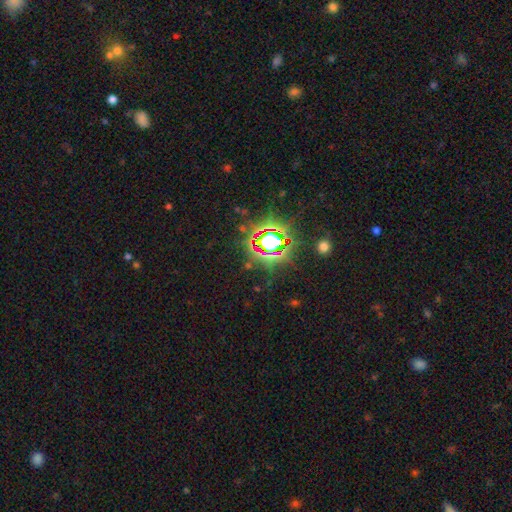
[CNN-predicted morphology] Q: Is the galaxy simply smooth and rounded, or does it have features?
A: star or artifact — 83%.